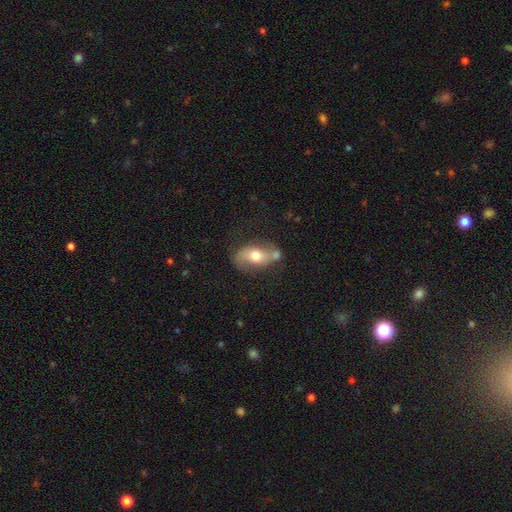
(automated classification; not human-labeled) A smooth galaxy with no disk features (48%). Merging: none (51%).